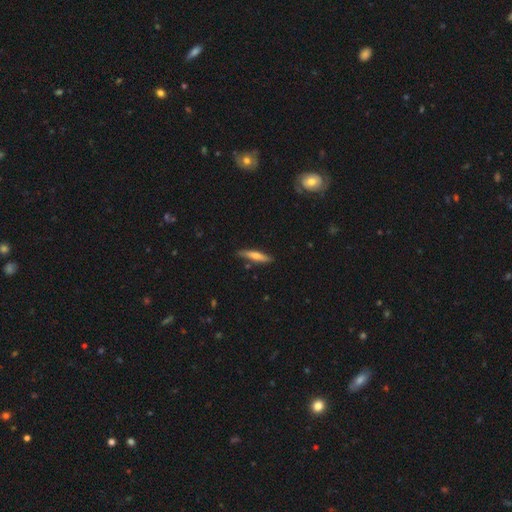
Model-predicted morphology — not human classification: A smooth galaxy with no disk features (58%) that is cigar-shaped (87%). Merging: none (82%).